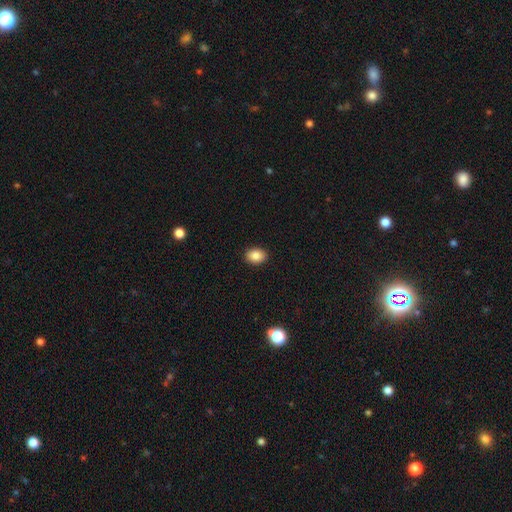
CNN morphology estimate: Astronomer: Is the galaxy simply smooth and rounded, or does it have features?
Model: smooth — 86%.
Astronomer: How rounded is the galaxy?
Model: in between — 72%.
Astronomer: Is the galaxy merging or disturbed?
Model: none — 91%.